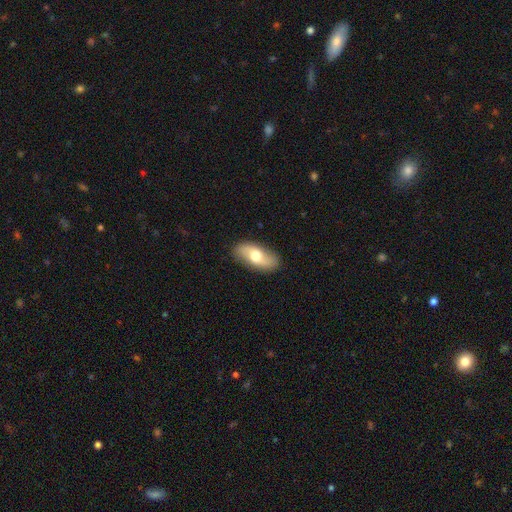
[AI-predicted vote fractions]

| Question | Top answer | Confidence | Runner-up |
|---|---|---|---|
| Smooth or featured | smooth | 47% | tied: featured or disk (47%) |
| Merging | none | 86% | minor disturbance (10%) |